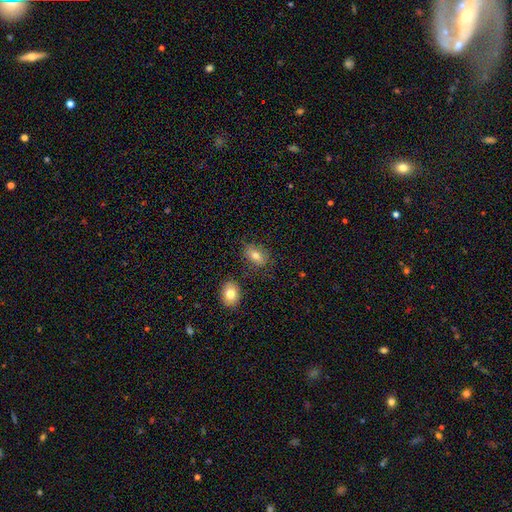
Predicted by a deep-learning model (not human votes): This appears to be a smooth galaxy with no disk features (74%) that is in between round and cigar-shaped (83%). Merging: none (76%).